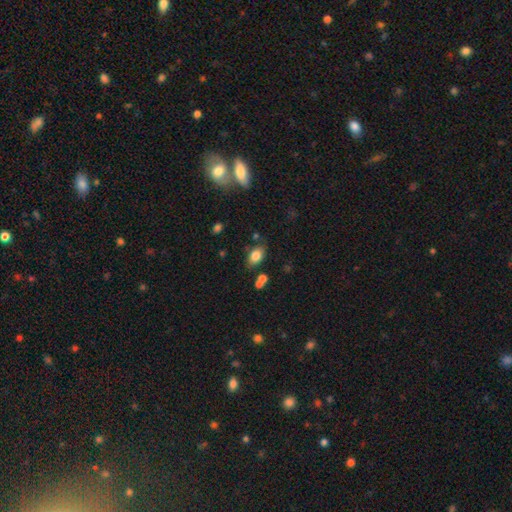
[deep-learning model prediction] Q: Smooth or featured?
A: smooth (81%); runner-up: featured or disk (10%)
Q: How rounded?
A: in between (87%); runner-up: round (11%)
Q: Merging?
A: none (73%); runner-up: minor disturbance (14%)